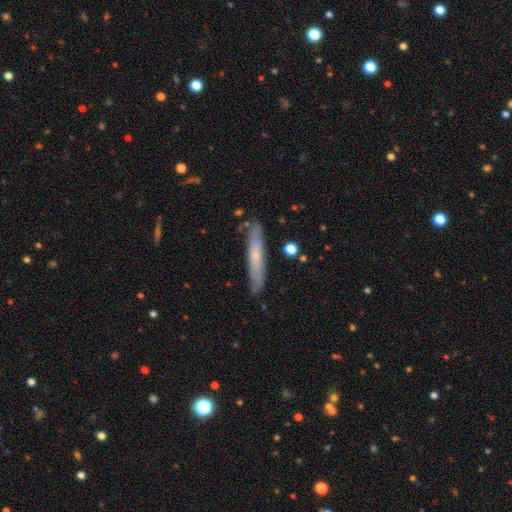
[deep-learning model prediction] Smooth or featured? smooth (52%)
How rounded? cigar-shaped (93%)
Merging? none (83%)